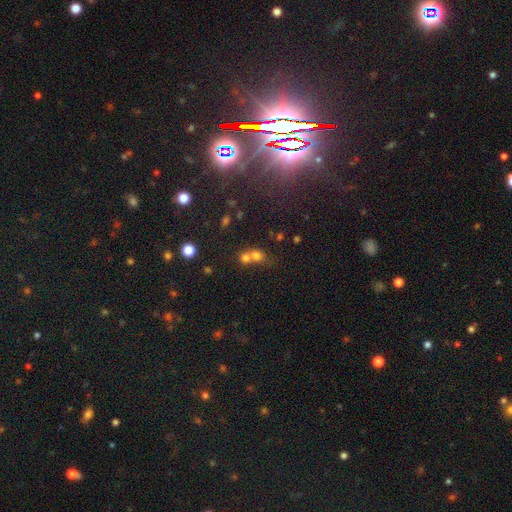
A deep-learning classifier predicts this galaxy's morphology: Smooth or featured: smooth — 71% (star or artifact — 16%)
How rounded: round — 73% (in between — 26%)
Merging: merger — 63% (none — 28%)